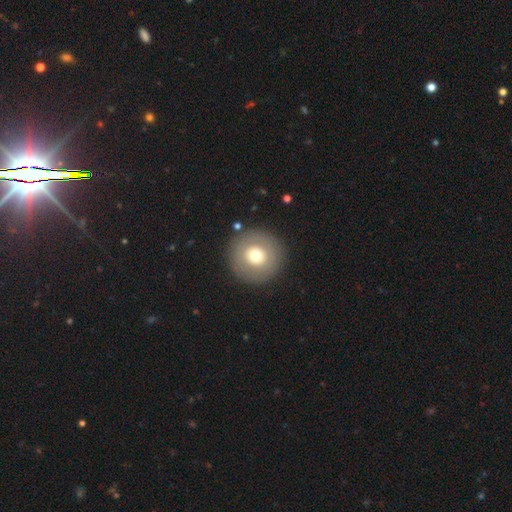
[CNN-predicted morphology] Smooth or featured? smooth (63%)
How rounded? round (96%)
Merging? none (89%)